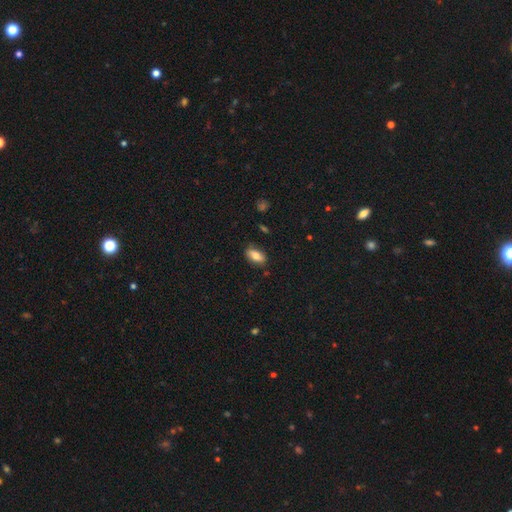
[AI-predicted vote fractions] This is likely a smooth galaxy (77%). How rounded: clearly in between (88%). Merging: clearly none (83%).